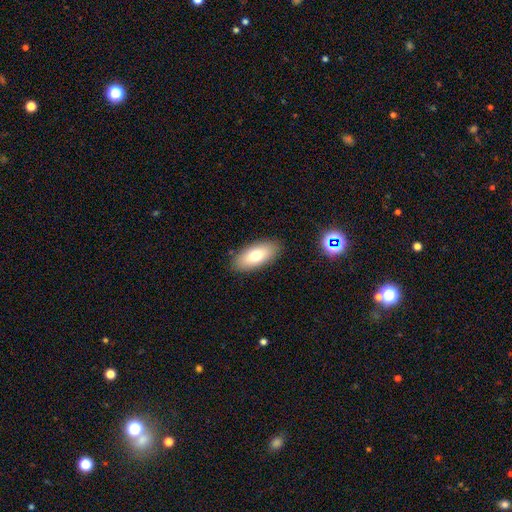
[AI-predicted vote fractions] smooth_or_featured: smooth (p=0.74) [alt: featured or disk p=0.18]
how_rounded: in between (p=0.88) [alt: cigar-shaped p=0.10]
merging: none (p=0.88) [alt: minor disturbance p=0.09]